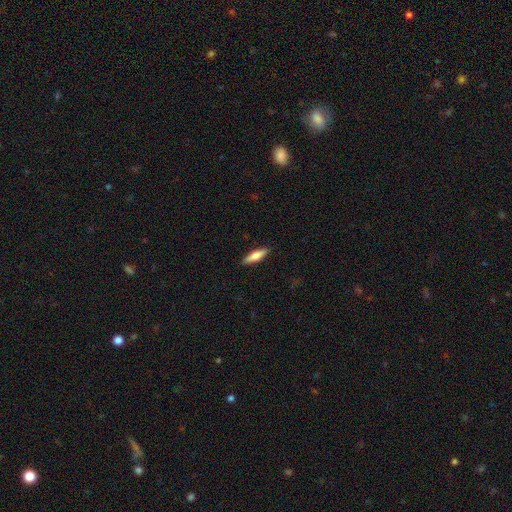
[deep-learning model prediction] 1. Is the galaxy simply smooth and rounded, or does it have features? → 72% smooth, 23% featured or disk, 6% star or artifact.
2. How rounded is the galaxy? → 63% cigar-shaped, 35% in between, 2% round.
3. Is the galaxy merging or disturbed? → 90% none, 8% minor disturbance, 2% major disturbance, 1% merger.